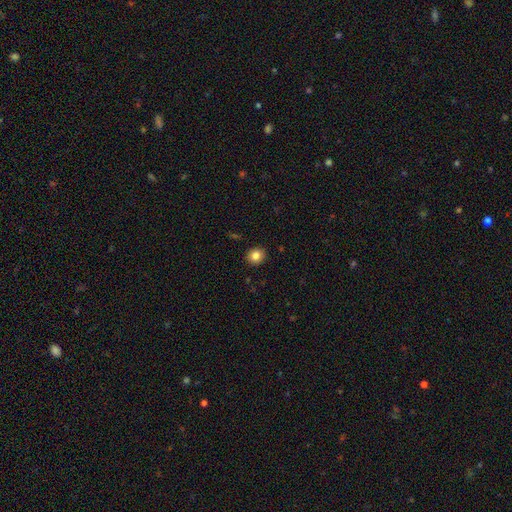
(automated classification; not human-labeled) This appears to be a smooth galaxy with no disk features (83%) that is round (80%). Merging: none (91%).